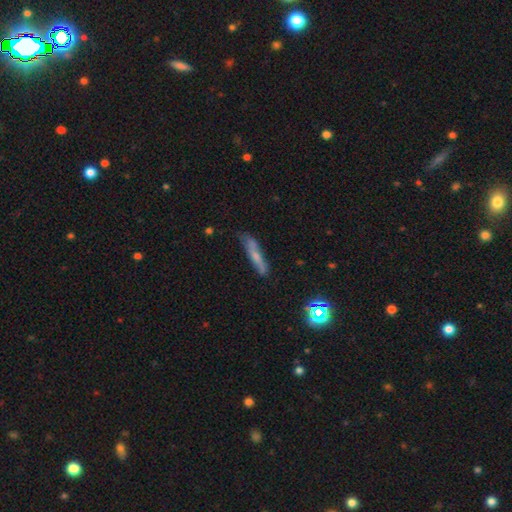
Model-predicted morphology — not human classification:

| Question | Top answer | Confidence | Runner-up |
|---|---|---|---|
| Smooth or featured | smooth | 54% | featured or disk (35%) |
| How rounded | cigar-shaped | 87% | in between (10%) |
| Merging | none | 67% | minor disturbance (23%) |